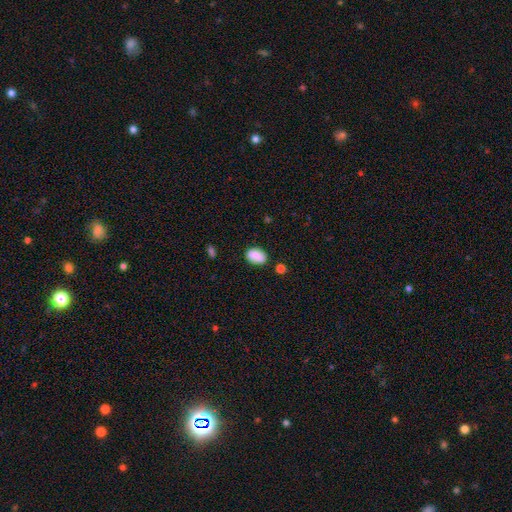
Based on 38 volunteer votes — Smooth or featured: smooth — 87% (featured or disk — 8%)
How rounded: in between — 97% (round — 3%)
Merging: none — 75% (minor disturbance — 17%)